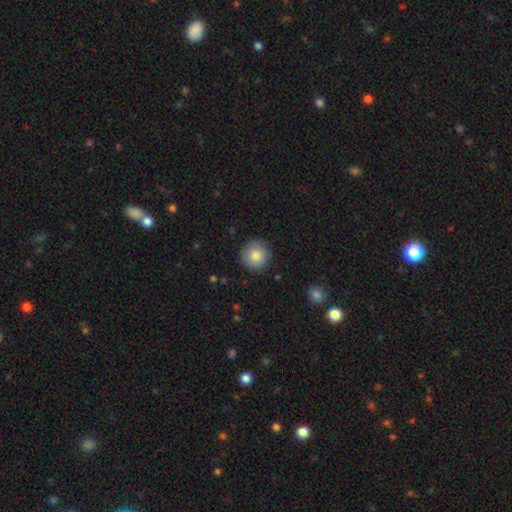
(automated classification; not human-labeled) Q: Smooth or featured?
A: smooth (82%); runner-up: featured or disk (10%)
Q: How rounded?
A: round (95%); runner-up: in between (4%)
Q: Merging?
A: none (88%); runner-up: minor disturbance (9%)